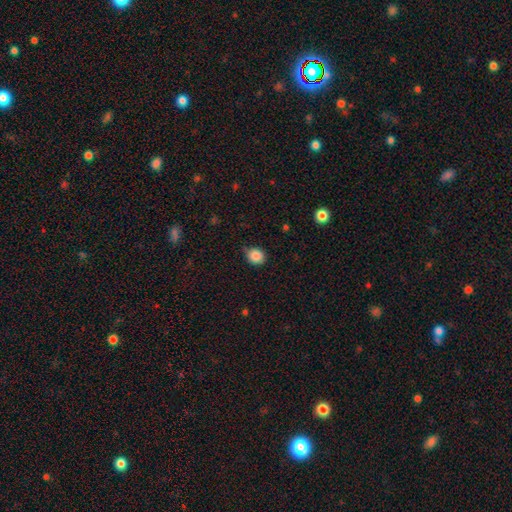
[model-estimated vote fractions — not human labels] This appears to be a smooth galaxy with no disk features (86%) that is round (80%). Merging: none (77%).